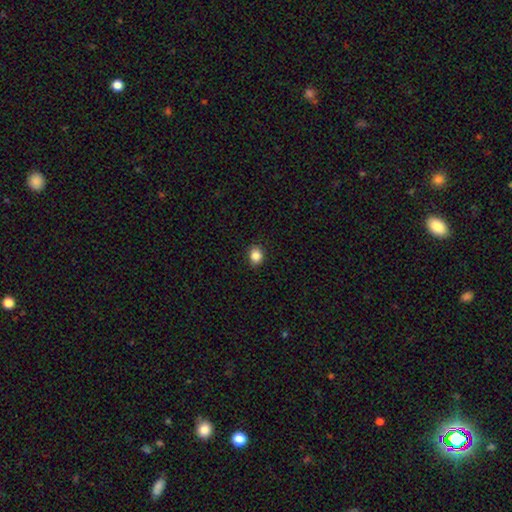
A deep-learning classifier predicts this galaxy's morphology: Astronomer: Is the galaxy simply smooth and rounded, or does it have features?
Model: smooth — 85%.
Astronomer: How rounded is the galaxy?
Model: round — 61% (runner-up: in between, 38%).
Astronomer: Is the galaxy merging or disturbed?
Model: none — 89%.